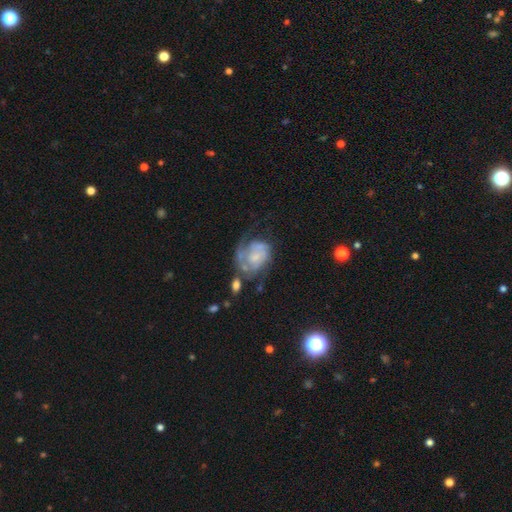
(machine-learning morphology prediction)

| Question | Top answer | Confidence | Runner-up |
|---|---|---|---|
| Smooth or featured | featured or disk | 71% | smooth (21%) |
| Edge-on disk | no | 98% | yes (2%) |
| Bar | no | 72% | weak (24%) |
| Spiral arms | yes | 80% | no (20%) |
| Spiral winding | tight | 44% | medium (35%) |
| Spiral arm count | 2 | 31% | 1 (30%) |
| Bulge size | small | 42% | none (26%) |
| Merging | none | 36% | major disturbance (32%) |